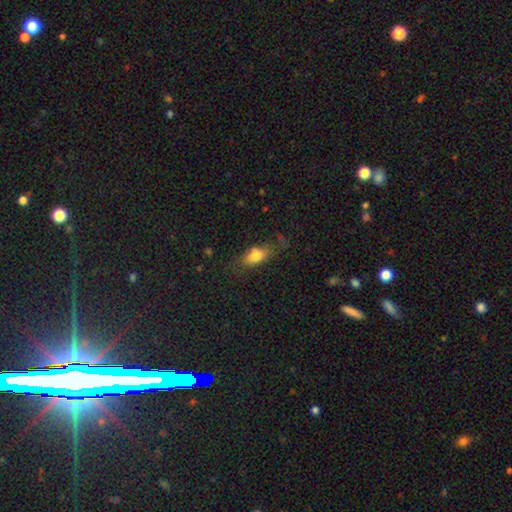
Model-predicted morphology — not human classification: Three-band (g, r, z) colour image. It shows a smooth galaxy with no disk features (74%) that is in between round and cigar-shaped (80%). Merging: none (60%).